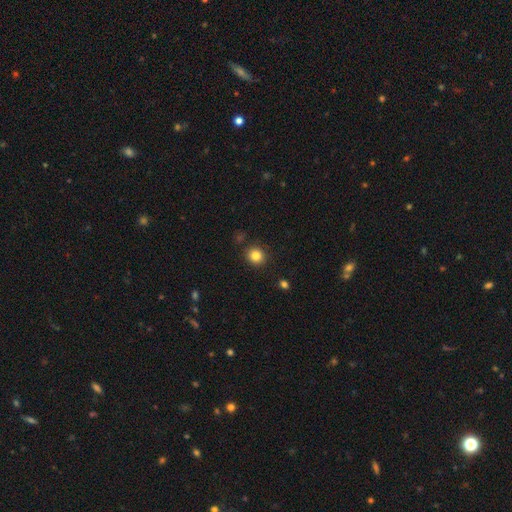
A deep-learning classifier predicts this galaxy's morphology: smooth 83%, star or artifact 11%, featured or disk 6%. Down the decision tree: how rounded — round (89%); merging — none (89%).